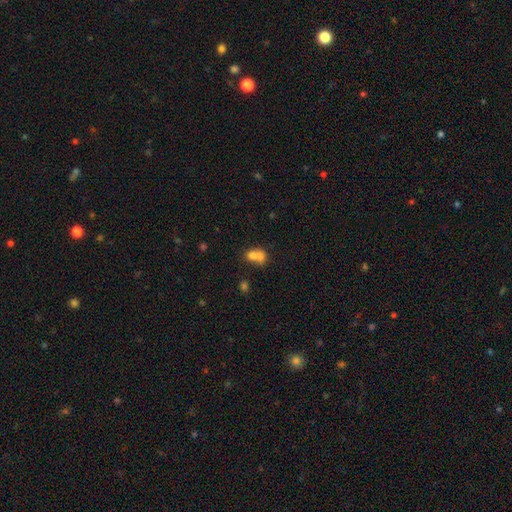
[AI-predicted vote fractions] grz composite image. It shows a smooth galaxy with no disk features (69%) that is round (62%). Merging: merger (71%).